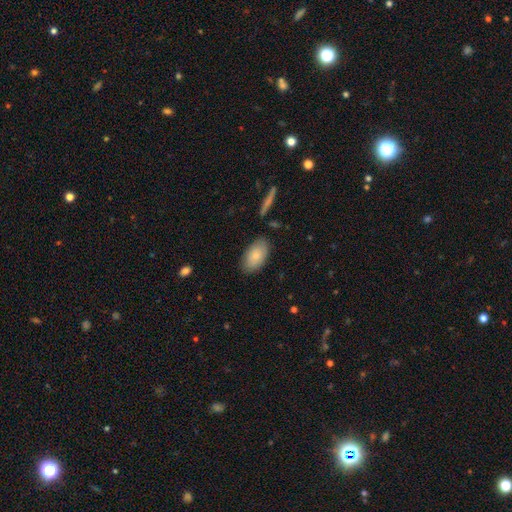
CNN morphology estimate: A smooth galaxy with no disk features (83%) that is in between round and cigar-shaped (94%). Merging: none (83%).